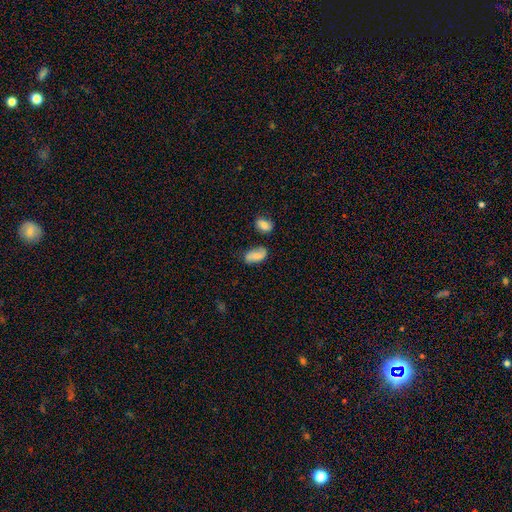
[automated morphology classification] The model was most divided on "merging": none: 59%, minor disturbance: 25%, merger: 8%, major disturbance: 8%. More confident: how rounded — in between (92%); smooth or featured — smooth (69%).